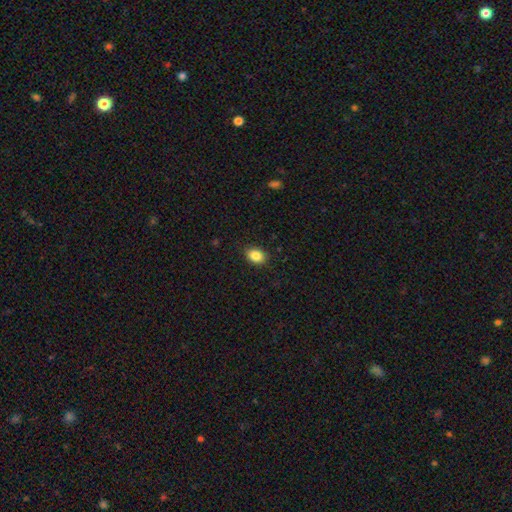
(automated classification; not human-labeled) This appears to be a smooth galaxy with no disk features (86%) that is in between round and cigar-shaped (65%). Merging: none (87%).